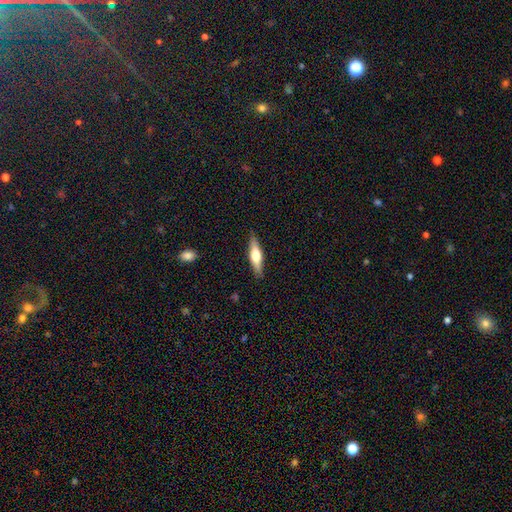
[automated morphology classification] smooth_or_featured: featured or disk (p=0.48) [alt: smooth p=0.46]
merging: none (p=0.88) [alt: minor disturbance p=0.09]